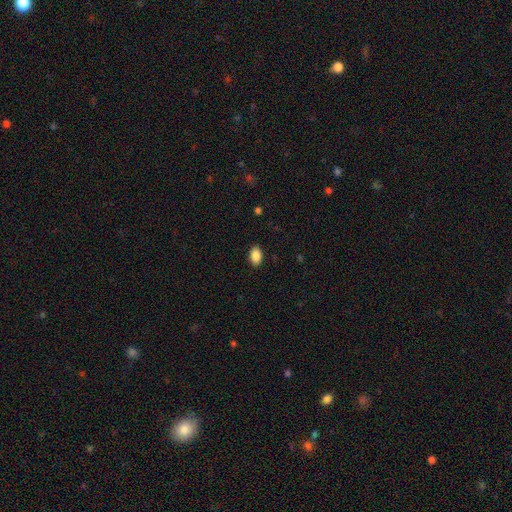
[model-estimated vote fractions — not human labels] A smooth galaxy with no disk features (88%) that is in between round and cigar-shaped (89%).

Vote fractions:
- Smooth or featured? smooth: 88% / star or artifact: 8% / featured or disk: 4%
- How rounded? in between: 89% / round: 10% / cigar-shaped: 1%
- Merging? none: 89% / minor disturbance: 8% / major disturbance: 2% / merger: 1%